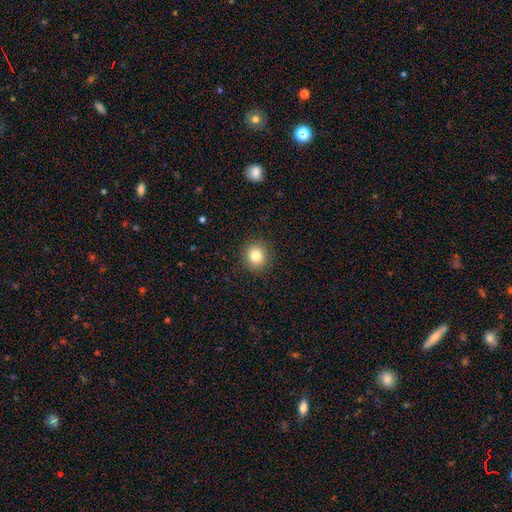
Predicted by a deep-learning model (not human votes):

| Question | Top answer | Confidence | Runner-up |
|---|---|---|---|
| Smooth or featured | smooth | 82% | star or artifact (11%) |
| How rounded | round | 89% | in between (11%) |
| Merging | none | 91% | minor disturbance (6%) |